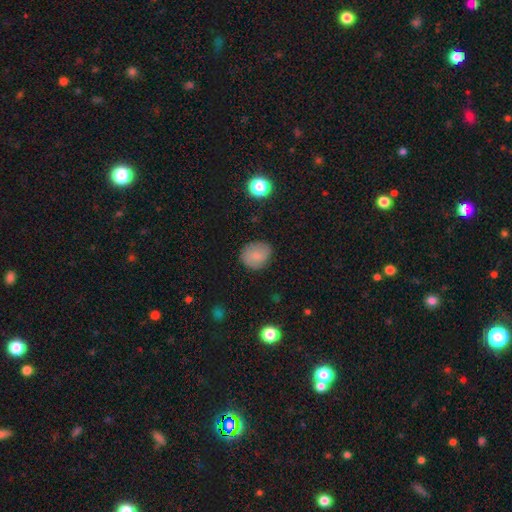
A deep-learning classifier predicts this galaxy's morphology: A smooth galaxy with no disk features (77%) that is round (59%).

Vote fractions:
- Smooth or featured? smooth: 77% / featured or disk: 14% / star or artifact: 10%
- How rounded? round: 59% / in between: 40% / cigar-shaped: 1%
- Merging? none: 81% / minor disturbance: 14% / major disturbance: 3% / merger: 1%